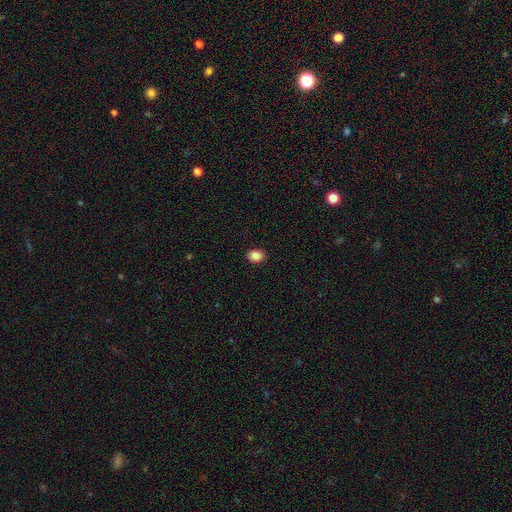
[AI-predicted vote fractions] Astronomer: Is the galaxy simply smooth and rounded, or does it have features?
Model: smooth — 87%.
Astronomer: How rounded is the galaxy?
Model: in between — 62%.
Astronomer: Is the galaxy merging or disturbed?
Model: none — 91%.